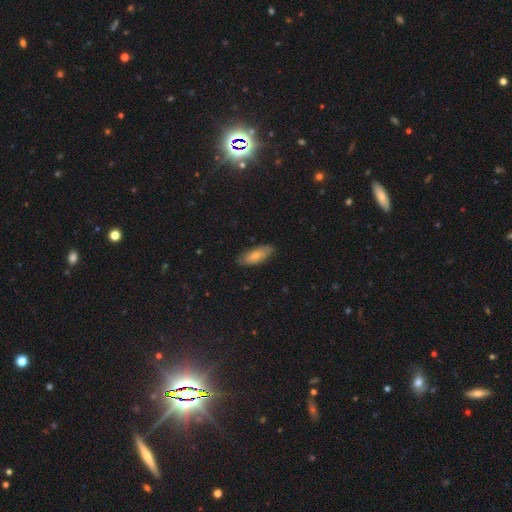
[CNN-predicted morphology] This is likely a smooth galaxy (71%). How rounded: likely in between (78%). Merging: likely none (79%).